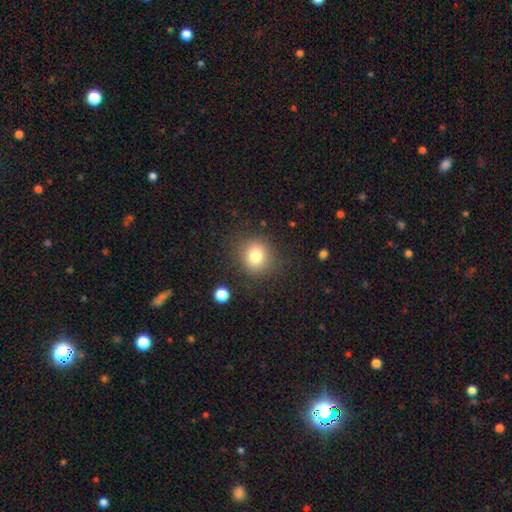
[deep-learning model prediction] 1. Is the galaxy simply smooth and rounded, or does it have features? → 80% smooth, 11% star or artifact, 9% featured or disk.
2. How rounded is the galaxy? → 75% round, 24% in between, 1% cigar-shaped.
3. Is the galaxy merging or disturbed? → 82% none, 11% minor disturbance, 5% major disturbance, 2% merger.